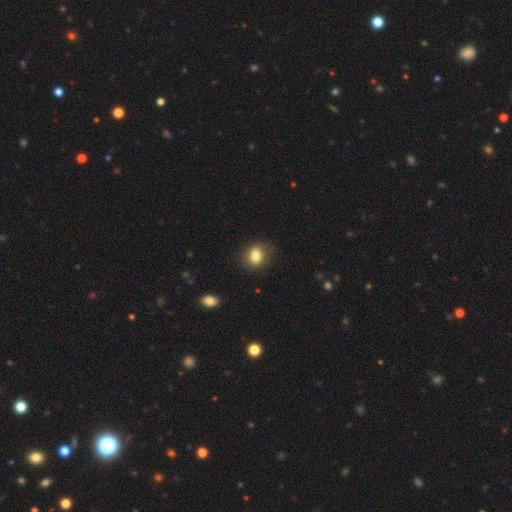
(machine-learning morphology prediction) smooth_or_featured: smooth (p=0.81) [alt: star or artifact p=0.10]
how_rounded: round (p=0.53) [alt: in between p=0.46]
merging: none (p=0.84) [alt: minor disturbance p=0.12]